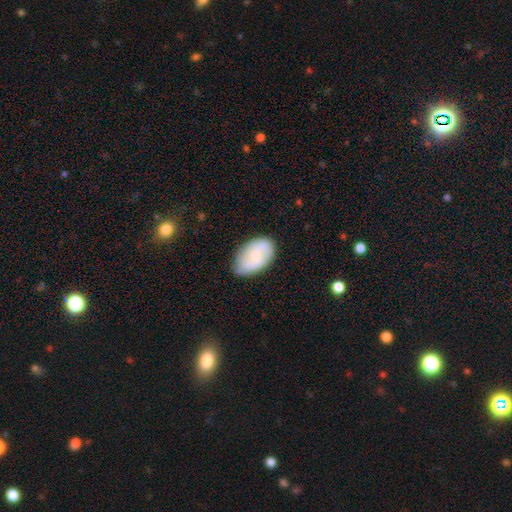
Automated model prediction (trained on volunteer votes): This is possibly a smooth galaxy (53%). How rounded: clearly in between (91%). Merging: likely none (72%).